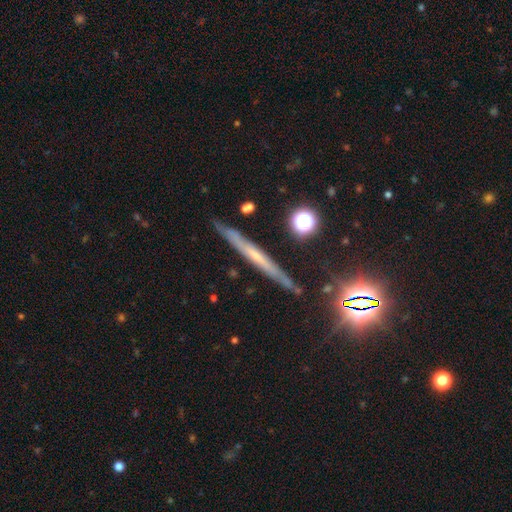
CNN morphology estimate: Q: Smooth or featured?
A: featured or disk (57%); runner-up: smooth (29%)
Q: Edge-on disk?
A: yes (94%); runner-up: no (6%)
Q: Edge-on bulge?
A: none (69%); runner-up: rounded (24%)
Q: Merging?
A: none (86%); runner-up: minor disturbance (10%)